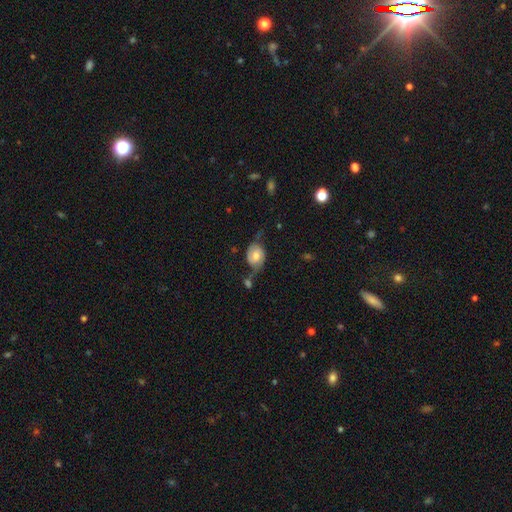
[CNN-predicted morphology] Q: Smooth or featured?
A: featured or disk (52%); runner-up: smooth (40%)
Q: Edge-on disk?
A: no (96%); runner-up: yes (4%)
Q: Bar?
A: no (60%); runner-up: weak (33%)
Q: Spiral arms?
A: yes (82%); runner-up: no (18%)
Q: Bulge size?
A: moderate (63%); runner-up: small (18%)
Q: Merging?
A: none (47%); runner-up: minor disturbance (26%)